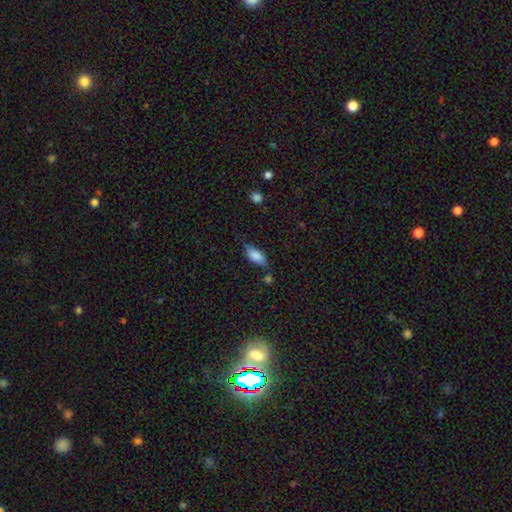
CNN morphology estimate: smooth-or-featured: smooth: 78% | featured or disk: 14% | star or artifact: 8%
  how-rounded: in between: 84% | cigar-shaped: 13% | round: 3%
  merging: none: 60% | minor disturbance: 26% | major disturbance: 7% | merger: 7%